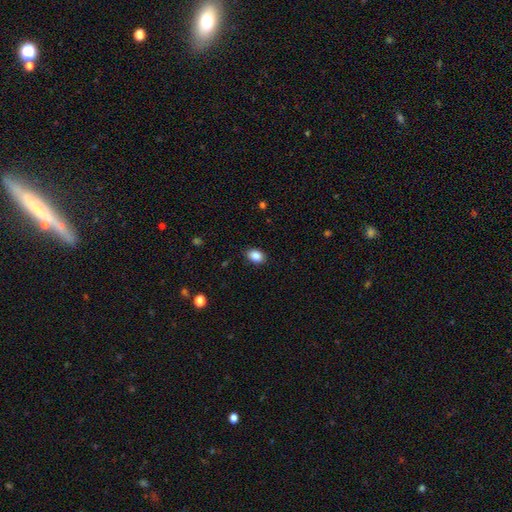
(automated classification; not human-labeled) smooth_or_featured: smooth (p=0.88) [alt: star or artifact p=0.08]
how_rounded: in between (p=0.77) [alt: round p=0.22]
merging: none (p=0.87) [alt: minor disturbance p=0.10]